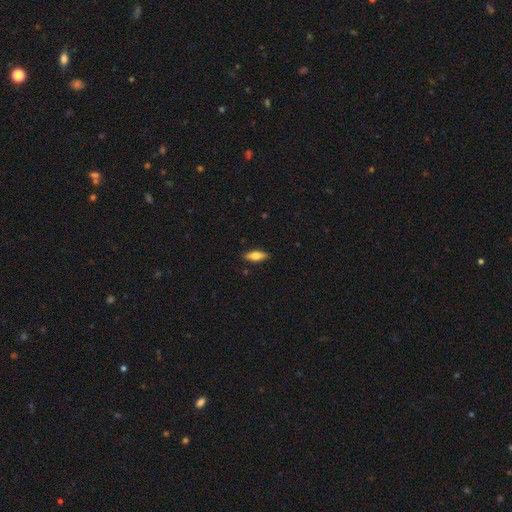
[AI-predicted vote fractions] smooth-or-featured: smooth: 69% | featured or disk: 24% | star or artifact: 6%
  how-rounded: in between: 62% | cigar-shaped: 36% | round: 2%
  merging: none: 89% | minor disturbance: 9% | major disturbance: 2% | merger: 1%